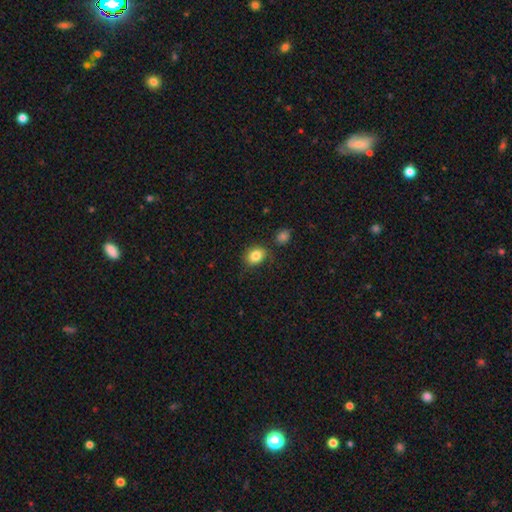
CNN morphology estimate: Smooth or featured?
  - smooth: 84% *
  - star or artifact: 9%
  - featured or disk: 7%
How rounded?
  - in between: 60% *
  - round: 39%
  - cigar-shaped: 1%
Merging?
  - none: 76% *
  - minor disturbance: 15%
  - merger: 6%
  - major disturbance: 4%